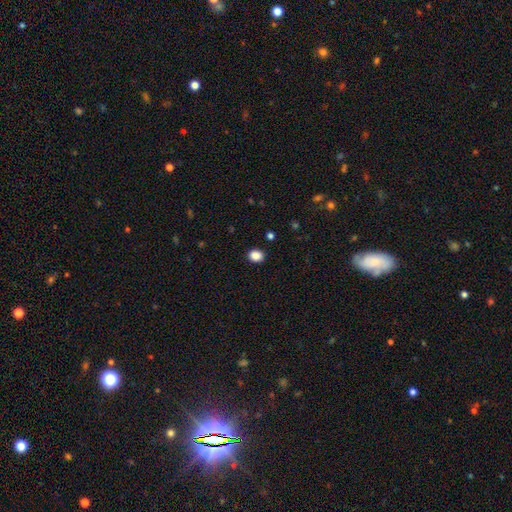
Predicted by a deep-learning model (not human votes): Smooth or featured: smooth — 88% (star or artifact — 10%)
How rounded: round — 55% (in between — 44%)
Merging: none — 90% (minor disturbance — 7%)